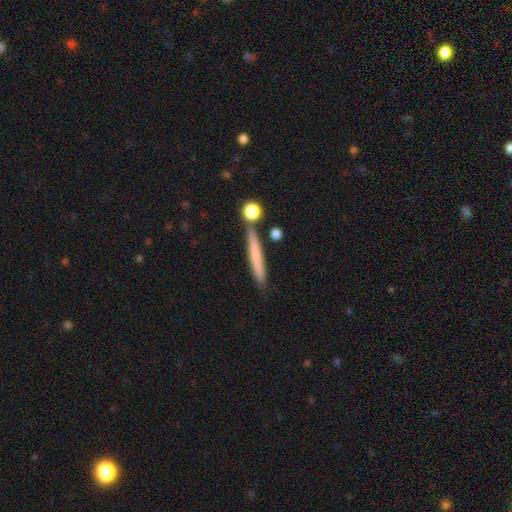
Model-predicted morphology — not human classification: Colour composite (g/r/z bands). It shows a smooth galaxy with no disk features (65%) that is cigar-shaped (94%). Merging: none (79%).